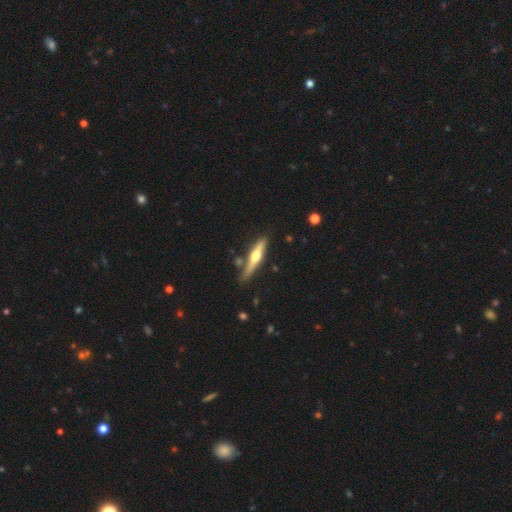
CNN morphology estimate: A featured or disk galaxy (60%) viewed edge-on (95%) with a rounded central bulge (92%). Merging: none (78%).